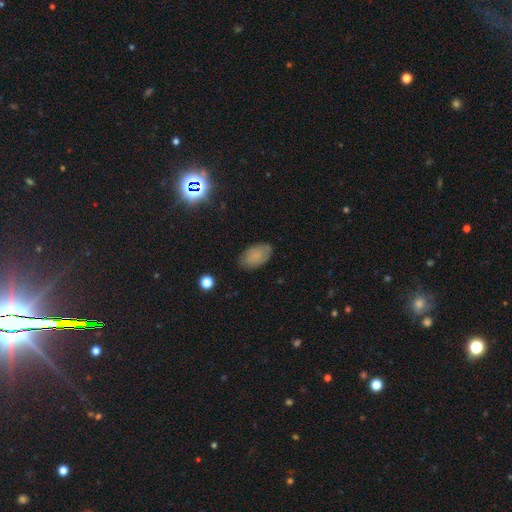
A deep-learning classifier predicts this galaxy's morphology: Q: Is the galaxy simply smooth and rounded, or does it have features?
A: smooth — 77%.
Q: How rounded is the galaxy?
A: in between — 92%.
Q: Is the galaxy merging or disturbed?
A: none — 80%.